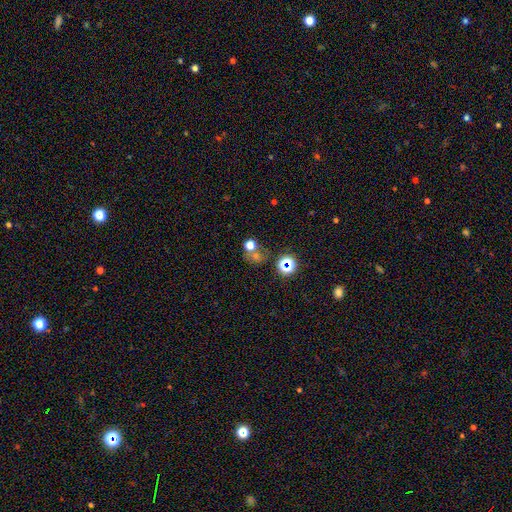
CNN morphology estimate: Smooth or featured? star or artifact (46%)